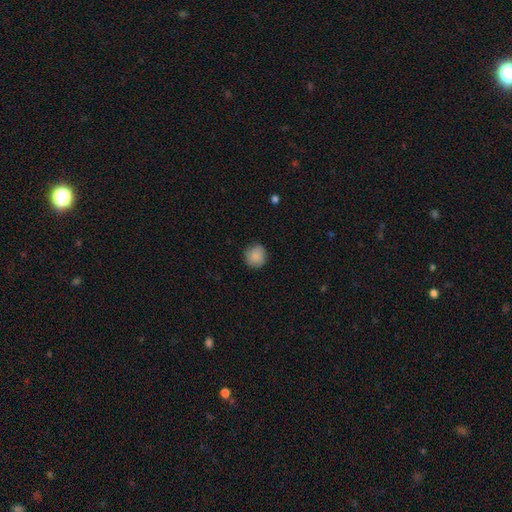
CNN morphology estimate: Smooth or featured? Predicted: smooth (p=0.86). How rounded? Predicted: round (p=0.89). Merging? Predicted: none (p=0.82).